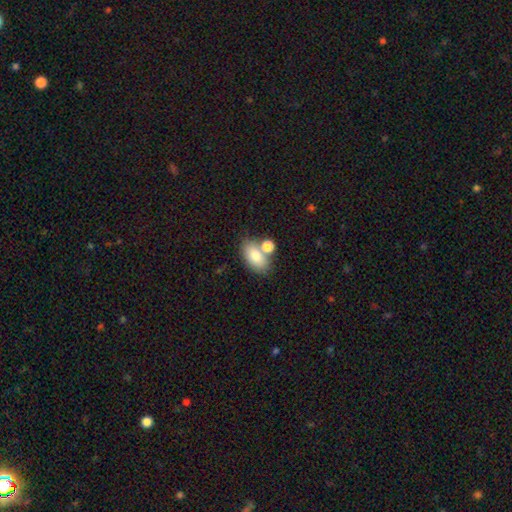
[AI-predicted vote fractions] Smooth or featured?
  - smooth: 78% *
  - featured or disk: 14%
  - star or artifact: 8%
How rounded?
  - in between: 88% *
  - round: 10%
  - cigar-shaped: 2%
Merging?
  - none: 56% *
  - merger: 29%
  - minor disturbance: 12%
  - major disturbance: 4%